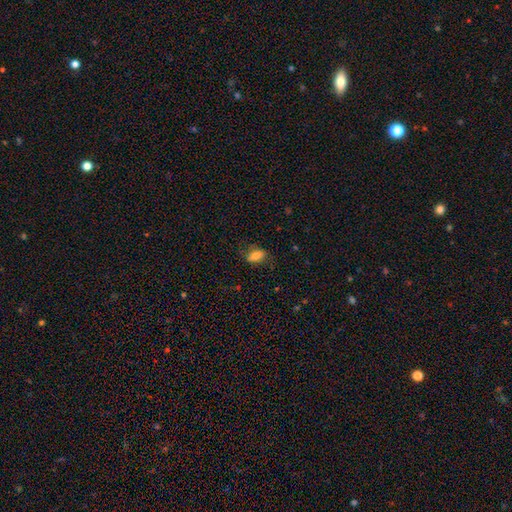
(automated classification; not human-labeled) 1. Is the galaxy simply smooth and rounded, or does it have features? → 79% smooth, 12% featured or disk, 9% star or artifact.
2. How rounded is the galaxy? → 86% in between, 9% round, 5% cigar-shaped.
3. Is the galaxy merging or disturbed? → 71% none, 21% minor disturbance, 7% major disturbance, 1% merger.